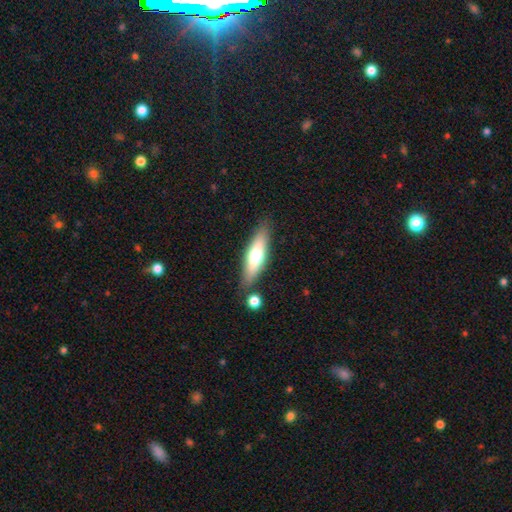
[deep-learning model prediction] This appears to be a smooth galaxy with no disk features (55%) that is cigar-shaped (63%). Merging: none (79%).